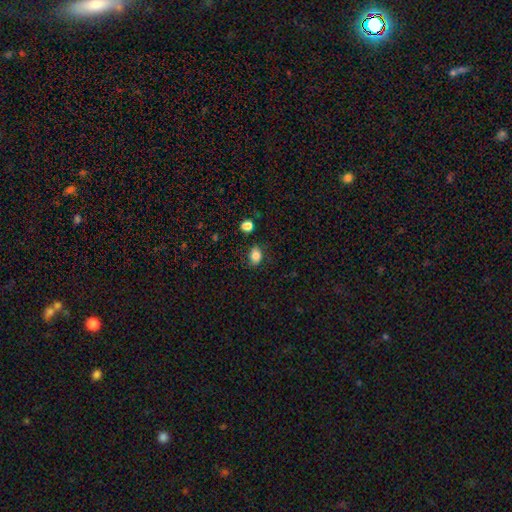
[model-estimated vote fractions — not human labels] Smooth or featured? Predicted: smooth (p=0.83). How rounded? Predicted: in between (p=0.75). Merging? Predicted: none (p=0.80).